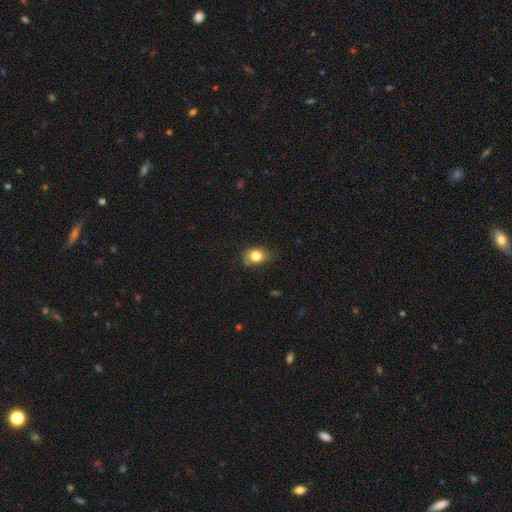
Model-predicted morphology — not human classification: A smooth galaxy with no disk features (80%) that is in between round and cigar-shaped (59%).

Vote fractions:
- Smooth or featured? smooth: 80% / featured or disk: 10% / star or artifact: 10%
- How rounded? in between: 59% / round: 40% / cigar-shaped: 1%
- Merging? none: 66% / minor disturbance: 27% / major disturbance: 6% / merger: 1%